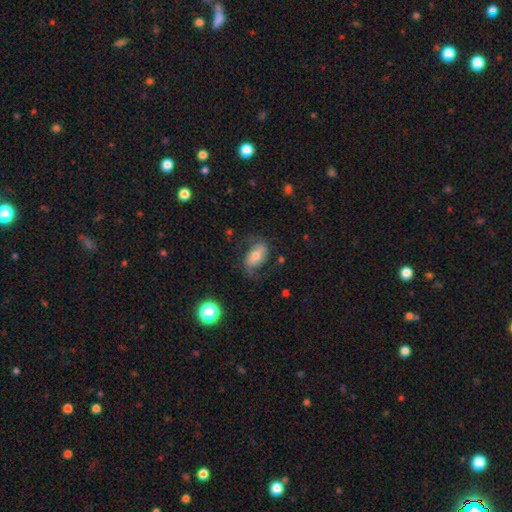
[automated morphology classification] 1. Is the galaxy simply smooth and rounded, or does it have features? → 51% featured or disk, 39% smooth, 10% star or artifact.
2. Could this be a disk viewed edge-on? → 94% no, 6% yes.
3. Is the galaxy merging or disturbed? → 63% none, 20% minor disturbance, 15% major disturbance, 2% merger.